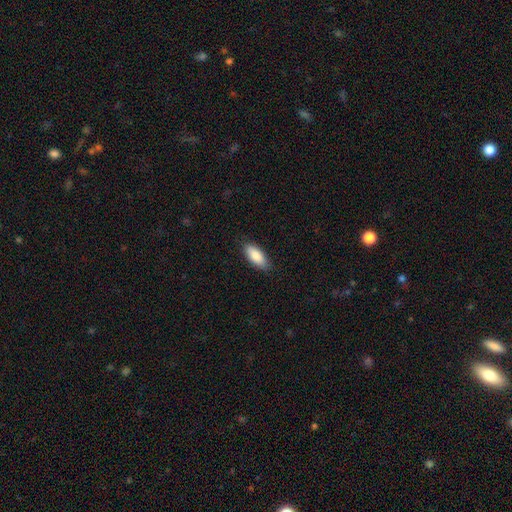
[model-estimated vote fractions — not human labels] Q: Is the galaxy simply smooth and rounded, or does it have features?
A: smooth — 86%.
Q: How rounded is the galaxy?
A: in between — 81%.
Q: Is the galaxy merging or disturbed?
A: none — 85%.